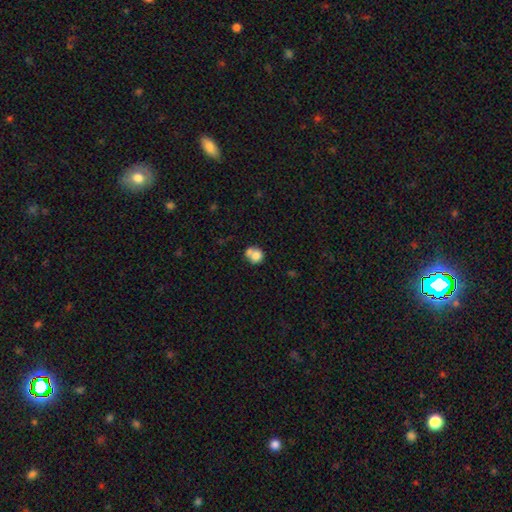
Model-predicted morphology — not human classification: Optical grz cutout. It shows a smooth galaxy with no disk features (77%) that is round (78%). Merging: merger (45%).